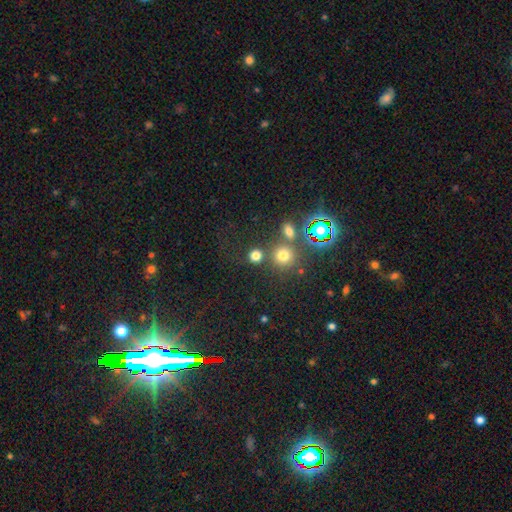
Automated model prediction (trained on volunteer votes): Smooth or featured: smooth — 73% (star or artifact — 21%)
How rounded: round — 89% (in between — 10%)
Merging: none — 74% (merger — 14%)